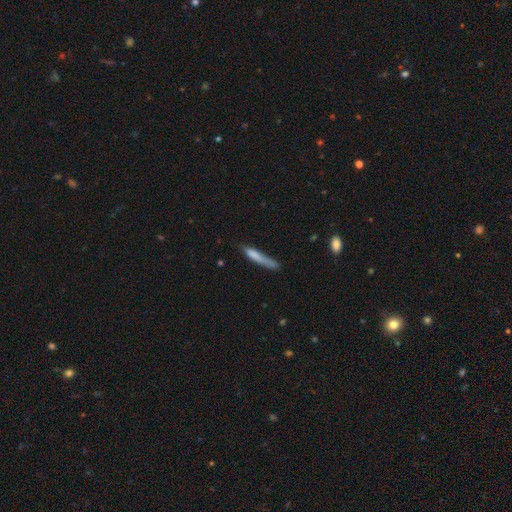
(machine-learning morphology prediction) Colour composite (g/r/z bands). It shows a smooth galaxy with no disk features (74%) that is cigar-shaped (91%). Merging: none (57%).